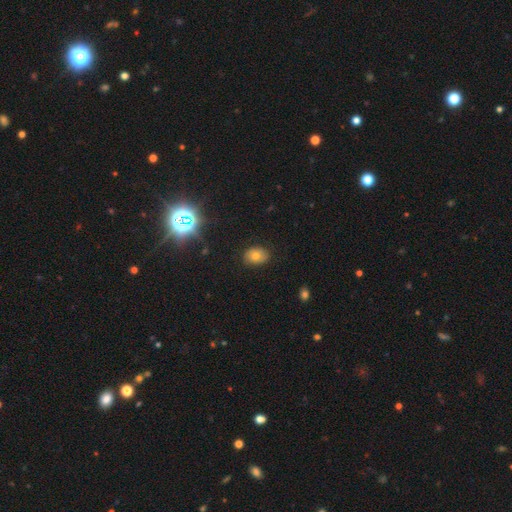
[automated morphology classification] Smooth or featured? Predicted: smooth (p=0.69). How rounded? Predicted: in between (p=0.68). Merging? Predicted: none (p=0.84).